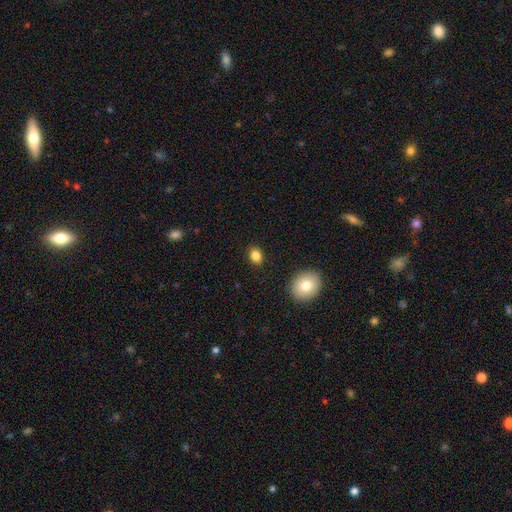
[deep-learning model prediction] The model was most divided on "how rounded": in between: 54%, round: 44%, cigar-shaped: 1%. More confident: merging — none (89%); smooth or featured — smooth (84%).